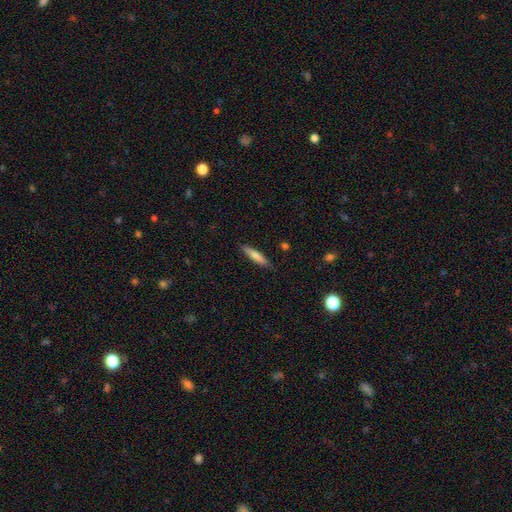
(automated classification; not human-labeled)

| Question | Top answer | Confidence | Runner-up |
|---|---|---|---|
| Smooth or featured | smooth | 76% | featured or disk (18%) |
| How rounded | cigar-shaped | 85% | in between (13%) |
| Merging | none | 87% | minor disturbance (10%) |